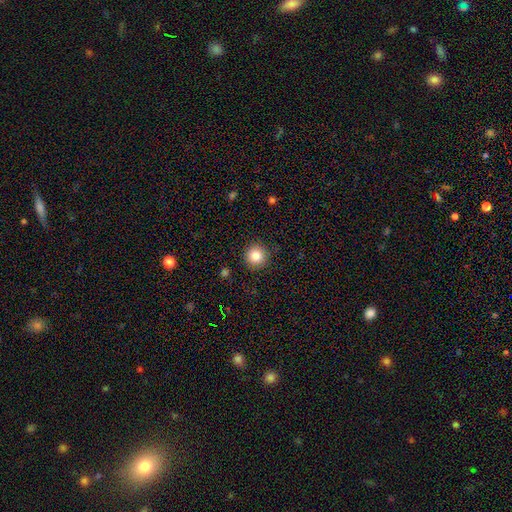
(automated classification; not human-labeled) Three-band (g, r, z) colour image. It shows a smooth galaxy with no disk features (85%) that is round (95%). Merging: none (90%).